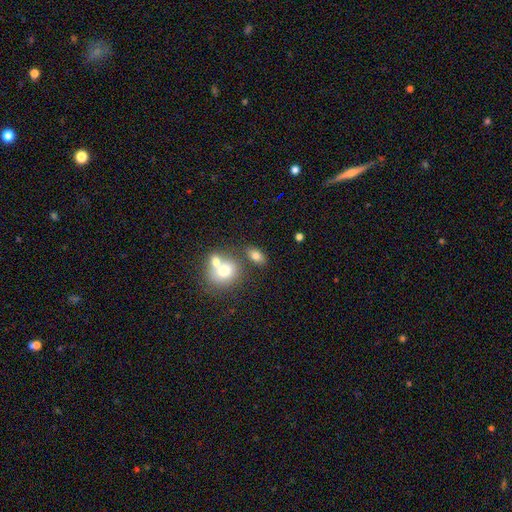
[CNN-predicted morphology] Overall: smooth (76%). How rounded: in between (78%). Merging: none (59%; merger 26%).